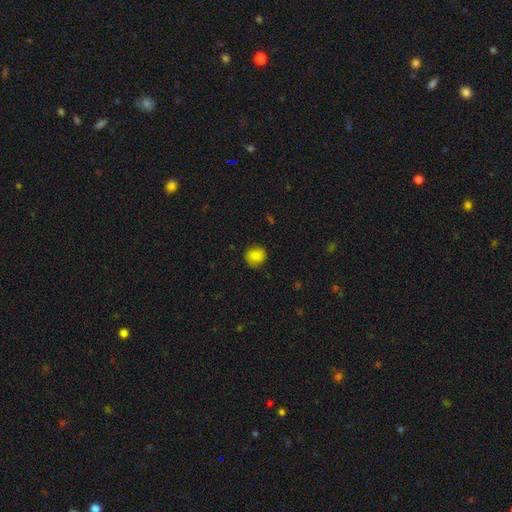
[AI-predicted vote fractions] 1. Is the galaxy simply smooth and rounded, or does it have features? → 85% smooth, 10% star or artifact, 5% featured or disk.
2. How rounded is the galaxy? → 85% round, 14% in between, 1% cigar-shaped.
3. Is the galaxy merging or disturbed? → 83% none, 12% minor disturbance, 3% major disturbance, 1% merger.